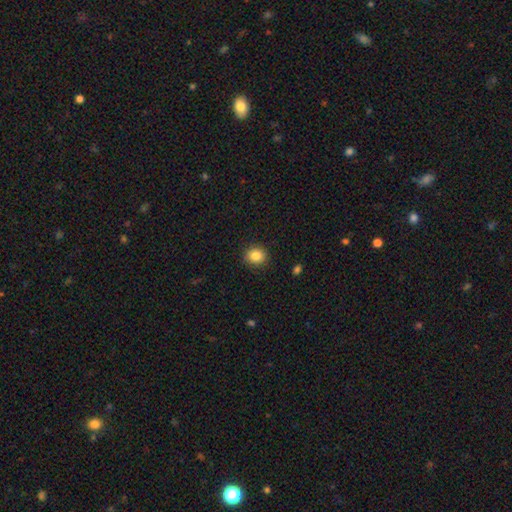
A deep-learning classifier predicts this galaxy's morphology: Smooth or featured? Predicted: smooth (p=0.85). How rounded? Predicted: round (p=0.75). Merging? Predicted: none (p=0.88).